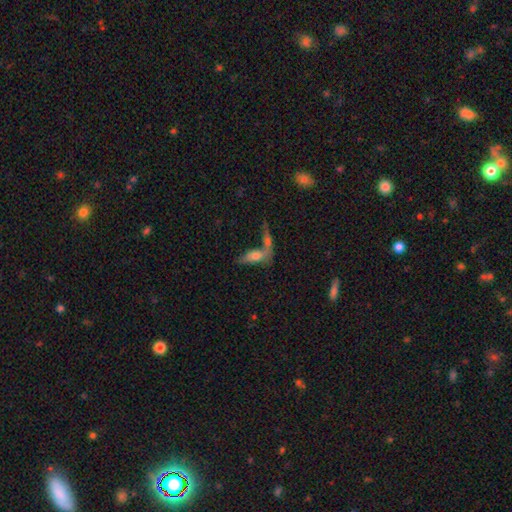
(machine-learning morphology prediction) A smooth galaxy with no disk features (52%) that is in between round and cigar-shaped (60%).

Vote fractions:
- Smooth or featured? smooth: 52% / featured or disk: 37% / star or artifact: 10%
- How rounded? in between: 60% / cigar-shaped: 35% / round: 4%
- Merging? merger: 55% / none: 27% / minor disturbance: 10% / major disturbance: 9%